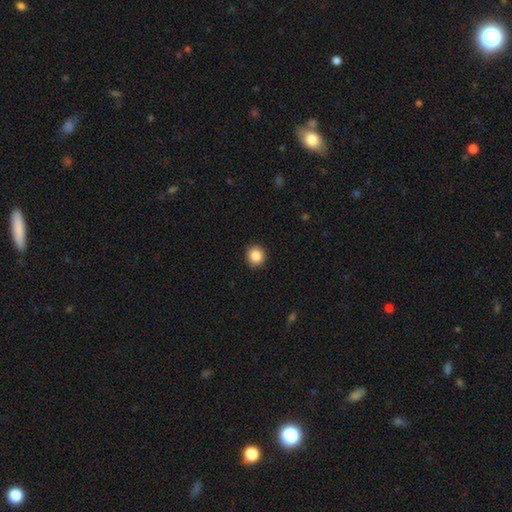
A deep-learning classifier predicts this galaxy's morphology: The model was most divided on "how rounded": round: 88%, in between: 11%, cigar-shaped: 1%. More confident: merging — none (91%); smooth or featured — smooth (86%).